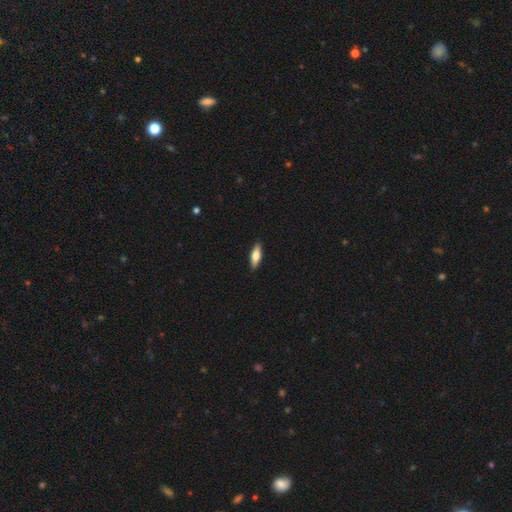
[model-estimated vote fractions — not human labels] smooth 73%, featured or disk 21%, star or artifact 6%. Down the decision tree: how rounded — in between (59%); merging — none (89%).